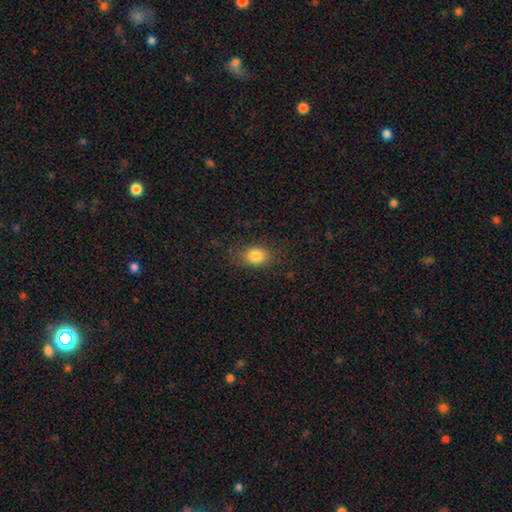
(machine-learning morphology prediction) This is clearly a smooth galaxy (82%). How rounded: likely in between (70%). Merging: likely none (76%).